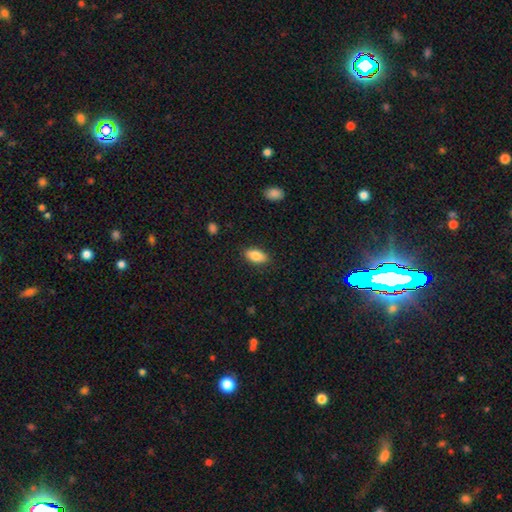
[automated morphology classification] A smooth galaxy with no disk features (82%) that is in between round and cigar-shaped (88%). Merging: none (87%).